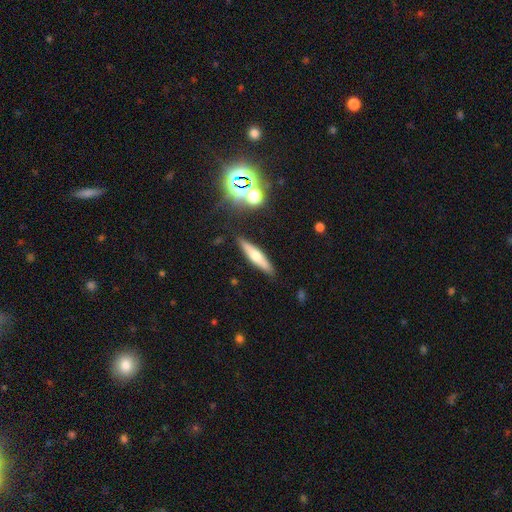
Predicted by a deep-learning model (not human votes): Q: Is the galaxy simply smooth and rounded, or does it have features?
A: smooth — 47%.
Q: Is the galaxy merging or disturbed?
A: none — 87%.